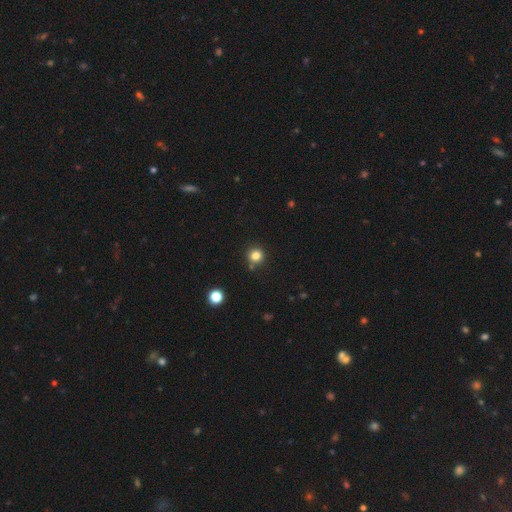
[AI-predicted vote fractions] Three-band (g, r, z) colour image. It shows a smooth galaxy with no disk features (82%) that is round (91%). Merging: none (82%).